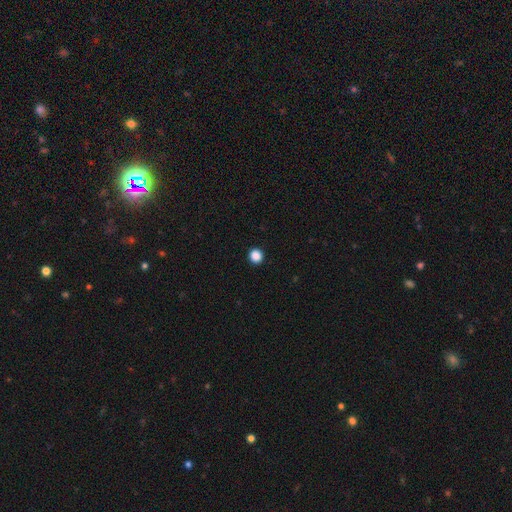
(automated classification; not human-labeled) smooth_or_featured: smooth (p=0.88) [alt: star or artifact p=0.10]
how_rounded: round (p=0.92) [alt: in between p=0.07]
merging: none (p=0.94) [alt: minor disturbance p=0.04]